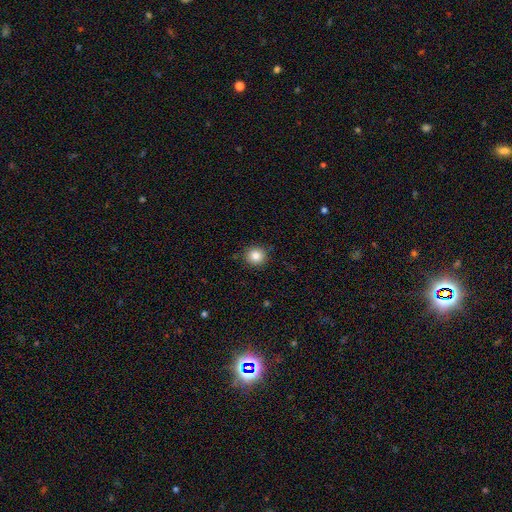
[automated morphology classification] A smooth galaxy with no disk features (83%) that is round (91%). Merging: none (89%).